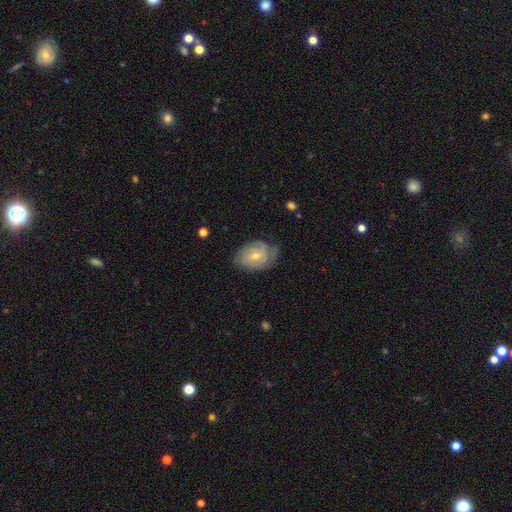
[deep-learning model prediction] Morphology: type=featured or disk (67%); edge-on=no (96%); bar=no (59%); spiral arms=yes (88%); winding=tight (60%); arm count=can't tell (38%); bulge=small (61%); merging=none (63%).